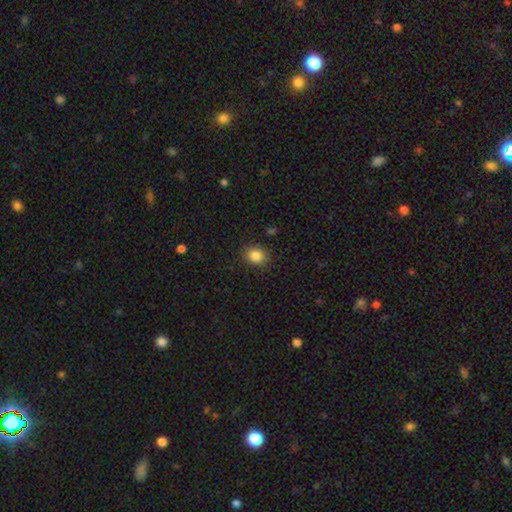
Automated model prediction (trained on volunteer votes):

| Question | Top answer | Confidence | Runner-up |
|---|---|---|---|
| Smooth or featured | smooth | 85% | star or artifact (10%) |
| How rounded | round | 61% | in between (39%) |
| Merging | none | 87% | minor disturbance (9%) |